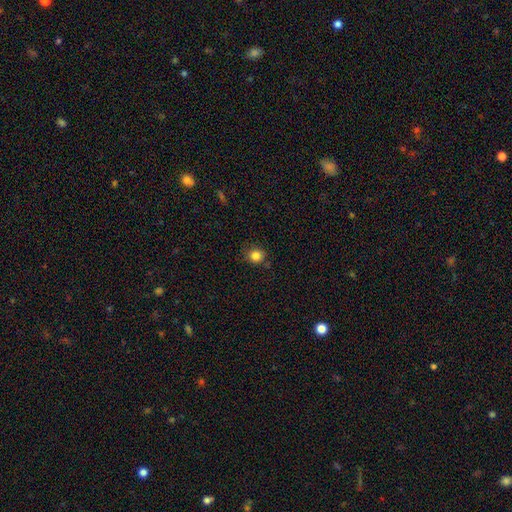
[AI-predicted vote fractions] Smooth or featured?
  - smooth: 83% *
  - star or artifact: 12%
  - featured or disk: 5%
How rounded?
  - round: 81% *
  - in between: 18%
  - cigar-shaped: 1%
Merging?
  - none: 80% *
  - minor disturbance: 14%
  - major disturbance: 3%
  - merger: 2%